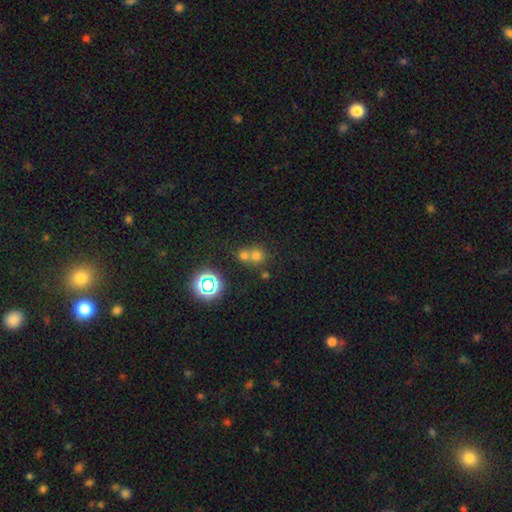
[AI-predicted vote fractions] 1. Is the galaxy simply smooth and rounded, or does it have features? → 64% smooth, 24% star or artifact, 12% featured or disk.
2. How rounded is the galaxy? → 85% round, 14% in between, 1% cigar-shaped.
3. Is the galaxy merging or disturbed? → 51% merger, 41% none, 6% minor disturbance, 3% major disturbance.